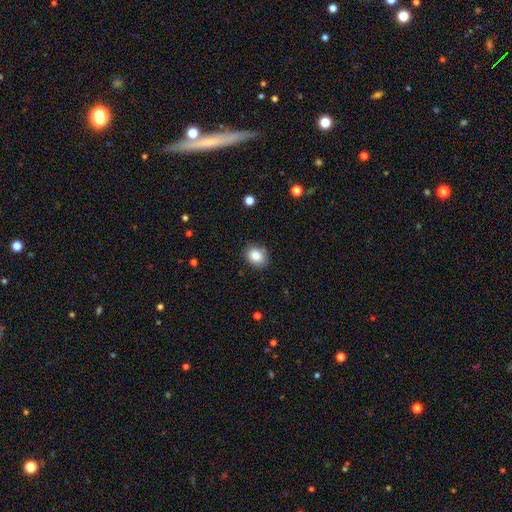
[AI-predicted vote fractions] smooth_or_featured: smooth (p=0.85) [alt: star or artifact p=0.09]
how_rounded: in between (p=0.55) [alt: round p=0.44]
merging: none (p=0.86) [alt: minor disturbance p=0.10]